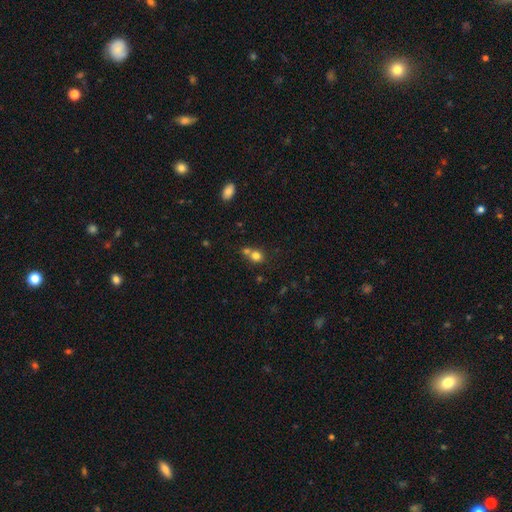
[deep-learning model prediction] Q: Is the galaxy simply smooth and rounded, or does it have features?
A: smooth — 77%.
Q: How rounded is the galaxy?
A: round — 80%.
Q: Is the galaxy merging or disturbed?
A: merger — 45%.